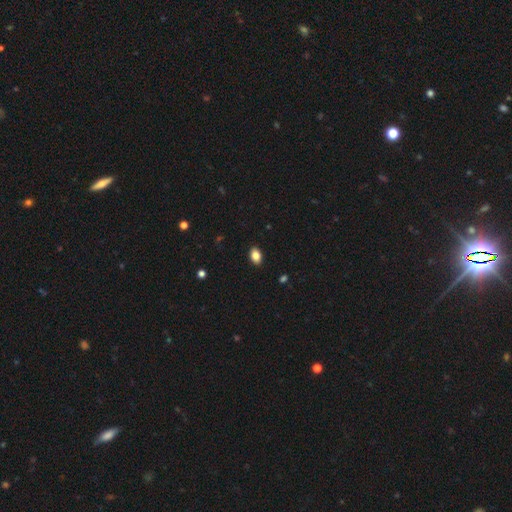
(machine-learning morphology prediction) A smooth galaxy with no disk features (84%) that is in between round and cigar-shaped (87%). Merging: none (90%).